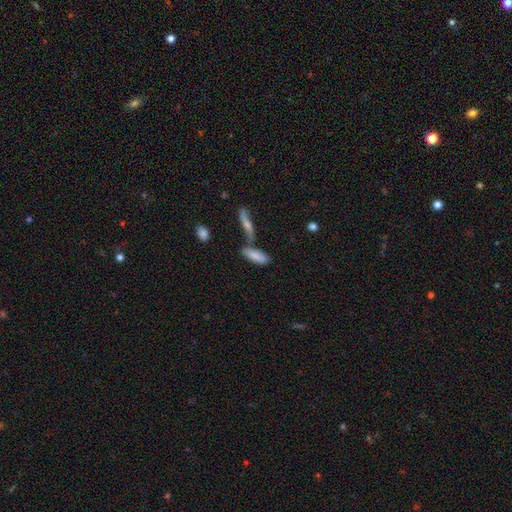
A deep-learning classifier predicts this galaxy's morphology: This appears to be a smooth galaxy with no disk features (76%) that is in between round and cigar-shaped (57%). Merging: none (43%).